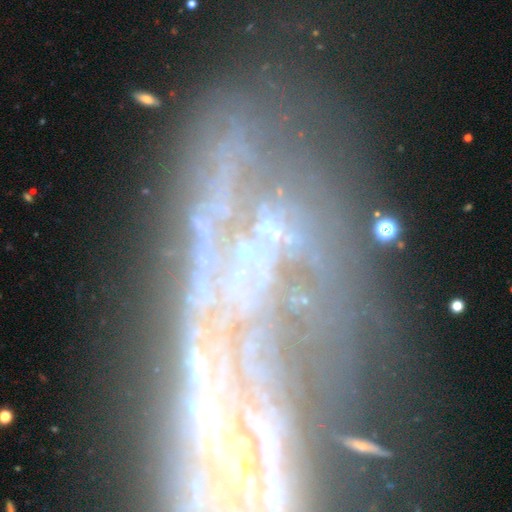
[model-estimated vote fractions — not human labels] Overall: featured or disk (59%; star or artifact 24%). Edge-on disk: no (83%). Merging: none (46%; major disturbance 24%).